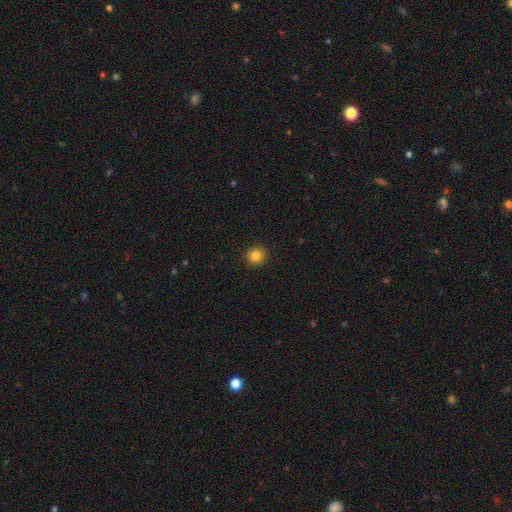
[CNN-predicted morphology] Smooth or featured? smooth (84%)
How rounded? round (92%)
Merging? none (92%)